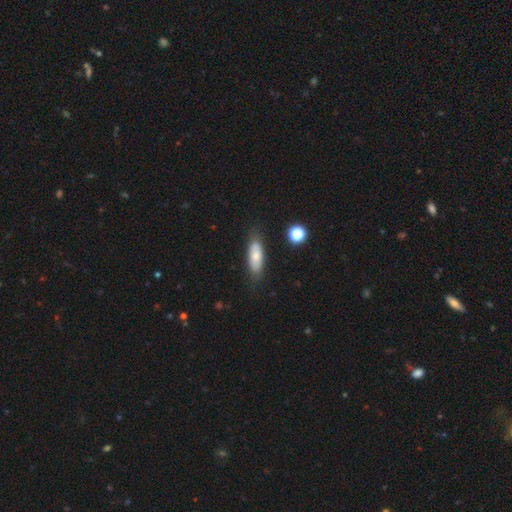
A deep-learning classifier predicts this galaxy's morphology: smooth 71%, featured or disk 22%, star or artifact 7%. Down the decision tree: how rounded — in between (63%); merging — none (75%).